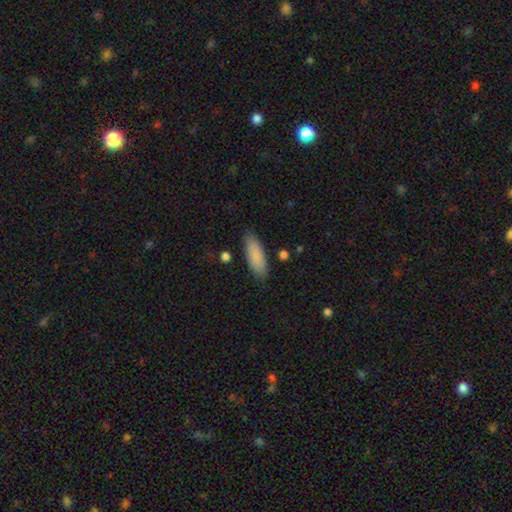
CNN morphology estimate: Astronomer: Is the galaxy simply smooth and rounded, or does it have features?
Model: smooth — 87%.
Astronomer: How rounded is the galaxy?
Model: in between — 62%.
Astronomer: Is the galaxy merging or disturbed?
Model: none — 85%.